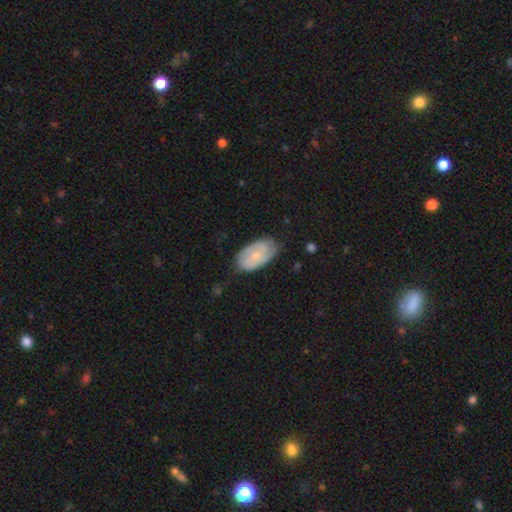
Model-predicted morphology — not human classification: Overall: featured or disk (57%; smooth 37%). Edge-on disk: no (96%). Bar: no (65%; weak 30%). Spiral arms: yes (85%). Bulge size: small (58%; moderate 34%). Merging: none (70%).